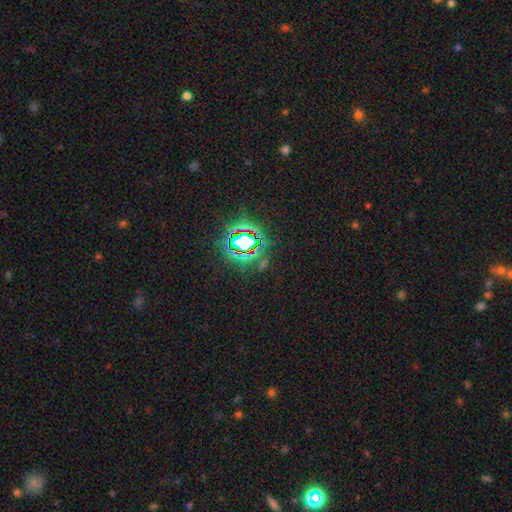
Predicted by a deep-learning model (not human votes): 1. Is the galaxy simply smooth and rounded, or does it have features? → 82% star or artifact, 11% smooth, 7% featured or disk.